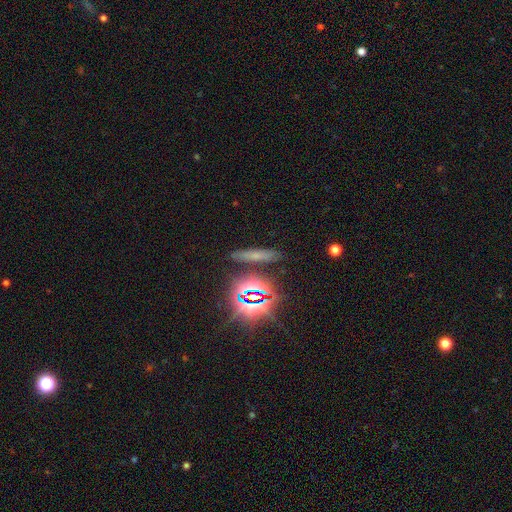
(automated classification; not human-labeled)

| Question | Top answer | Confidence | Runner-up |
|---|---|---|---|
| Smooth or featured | smooth | 46% | star or artifact (35%) |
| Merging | none | 83% | minor disturbance (10%) |